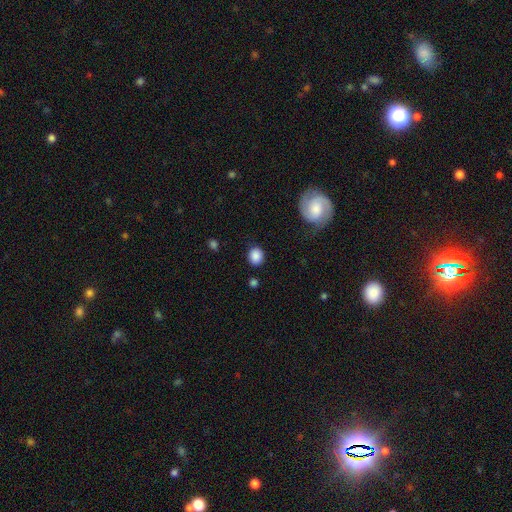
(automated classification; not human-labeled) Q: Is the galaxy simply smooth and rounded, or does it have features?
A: smooth — 87%.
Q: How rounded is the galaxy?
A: round — 71%.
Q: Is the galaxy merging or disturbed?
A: none — 84%.